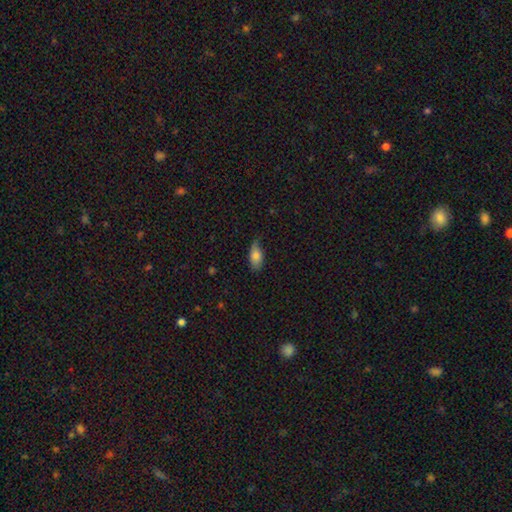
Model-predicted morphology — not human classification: Smooth or featured? smooth (79%)
How rounded? in between (89%)
Merging? none (54%)